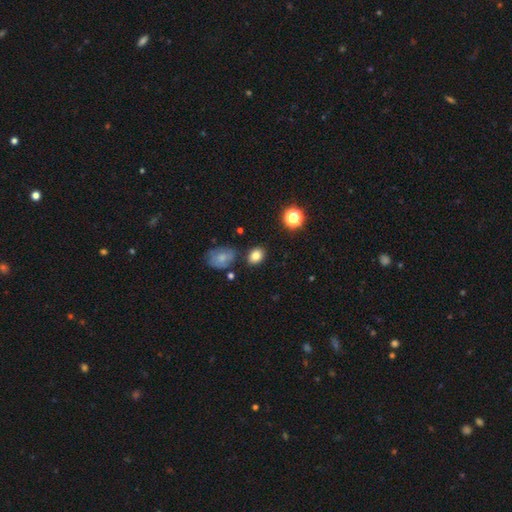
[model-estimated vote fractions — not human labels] A smooth galaxy with no disk features (81%) that is in between round and cigar-shaped (65%). Merging: none (80%).